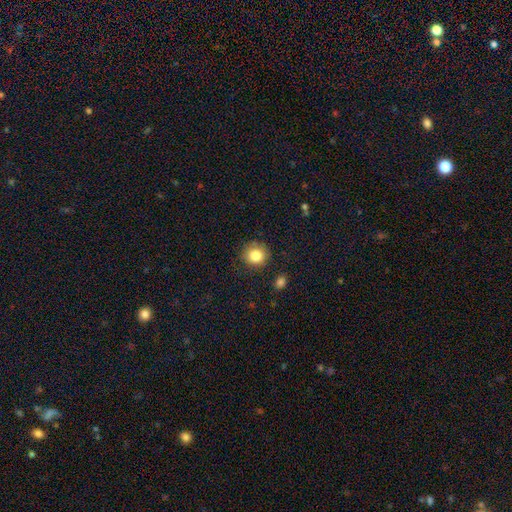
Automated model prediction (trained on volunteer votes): smooth-or-featured: smooth: 85% | star or artifact: 10% | featured or disk: 6%
  how-rounded: round: 87% | in between: 12% | cigar-shaped: 1%
  merging: none: 81% | minor disturbance: 13% | major disturbance: 3% | merger: 2%